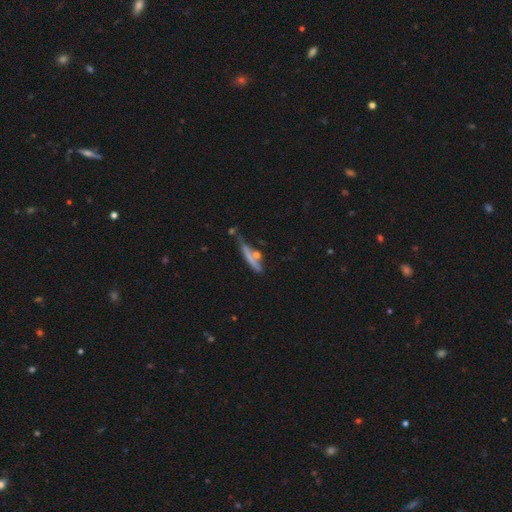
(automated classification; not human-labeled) A smooth galaxy with no disk features (51%) that is cigar-shaped (84%). Merging: none (51%).